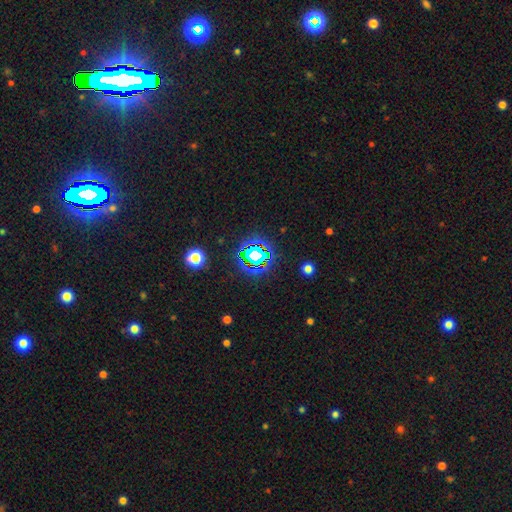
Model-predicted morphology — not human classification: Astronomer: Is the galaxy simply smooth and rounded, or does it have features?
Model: star or artifact — 71%.